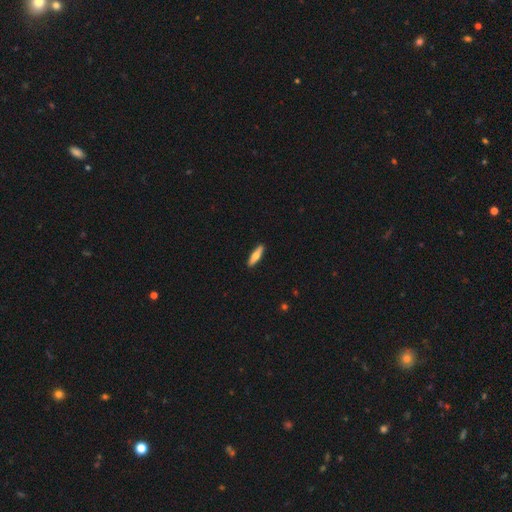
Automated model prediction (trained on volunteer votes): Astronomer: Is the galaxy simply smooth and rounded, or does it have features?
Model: smooth — 61%.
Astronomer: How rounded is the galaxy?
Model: cigar-shaped — 71%.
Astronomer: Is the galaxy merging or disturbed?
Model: none — 91%.